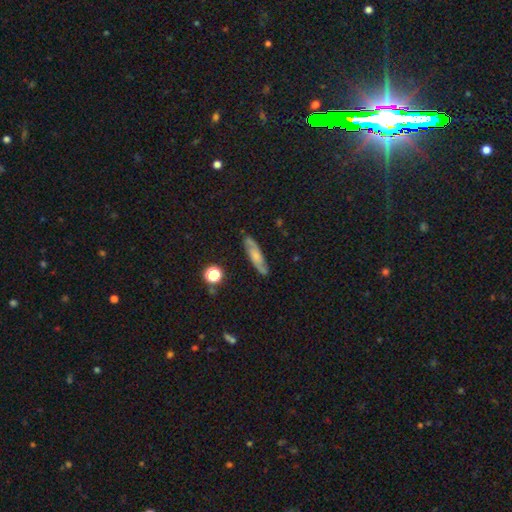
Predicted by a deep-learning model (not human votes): Smooth or featured? featured or disk (52%)
Edge-on disk? no (68%)
Merging? none (82%)